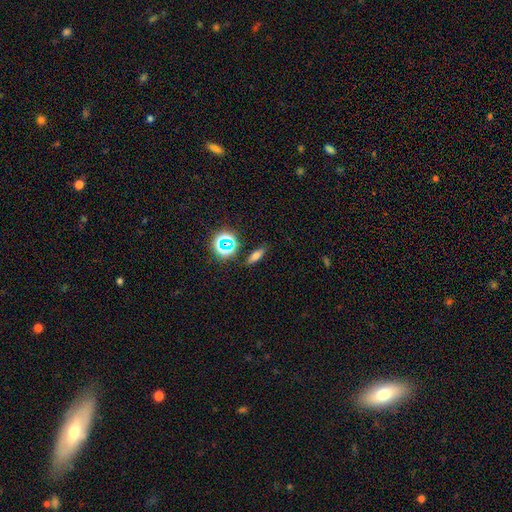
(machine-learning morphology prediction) Smooth or featured: smooth — 65% (star or artifact — 20%)
How rounded: in between — 49% (cigar-shaped — 41%)
Merging: none — 84% (minor disturbance — 10%)